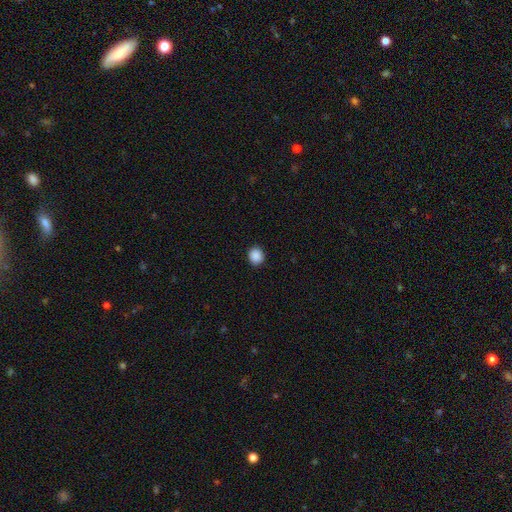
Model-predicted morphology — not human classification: The model was most divided on "how rounded": round: 83%, in between: 16%, cigar-shaped: 1%. More confident: merging — none (91%); smooth or featured — smooth (89%).